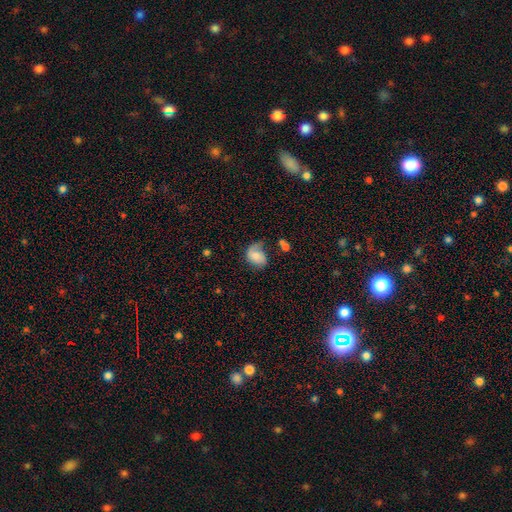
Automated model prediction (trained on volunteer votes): A smooth galaxy with no disk features (52%) that is in between round and cigar-shaped (62%).

Vote fractions:
- Smooth or featured? smooth: 52% / featured or disk: 39% / star or artifact: 8%
- How rounded? in between: 62% / round: 37% / cigar-shaped: 1%
- Merging? none: 40% / minor disturbance: 34% / major disturbance: 21% / merger: 5%